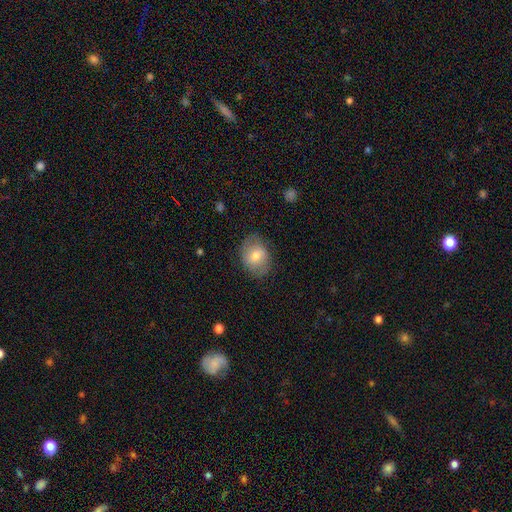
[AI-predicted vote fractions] The model was most divided on "how rounded": in between: 60%, round: 39%, cigar-shaped: 1%. More confident: merging — none (76%); smooth or featured — smooth (68%).